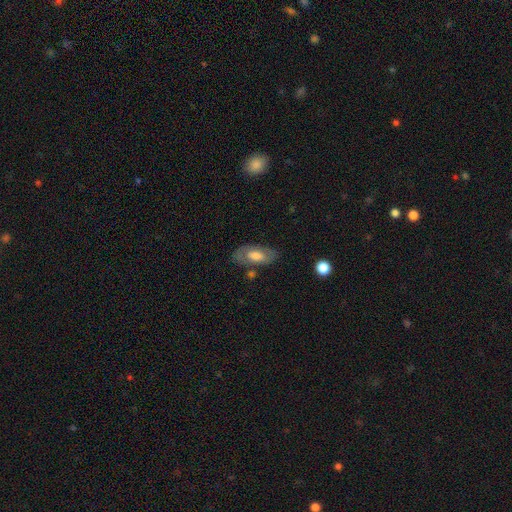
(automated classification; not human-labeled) smooth 55%, featured or disk 39%, star or artifact 6%. Down the decision tree: how rounded — in between (89%); merging — none (72%).